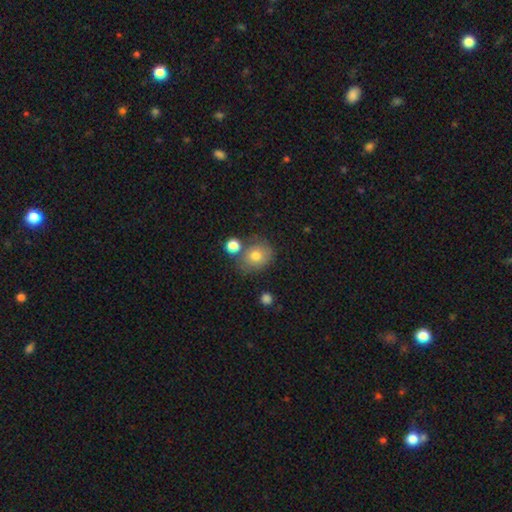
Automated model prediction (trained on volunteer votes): smooth_or_featured: smooth (p=0.77) [alt: featured or disk p=0.13]
how_rounded: round (p=0.69) [alt: in between p=0.30]
merging: none (p=0.61) [alt: merger p=0.17]